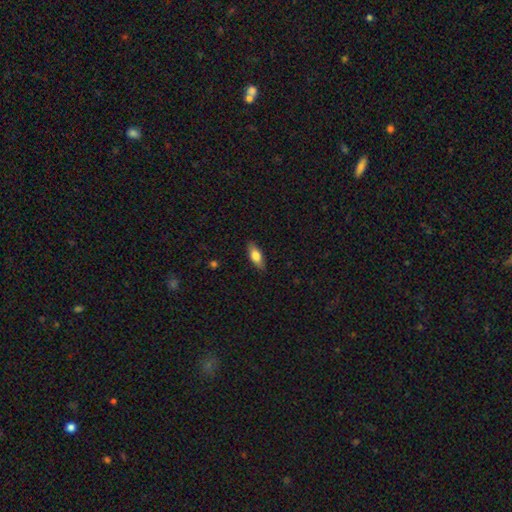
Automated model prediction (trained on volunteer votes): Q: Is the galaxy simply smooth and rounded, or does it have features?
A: smooth — 73%.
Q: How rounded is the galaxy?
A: in between — 75%.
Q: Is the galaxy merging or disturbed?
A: none — 85%.